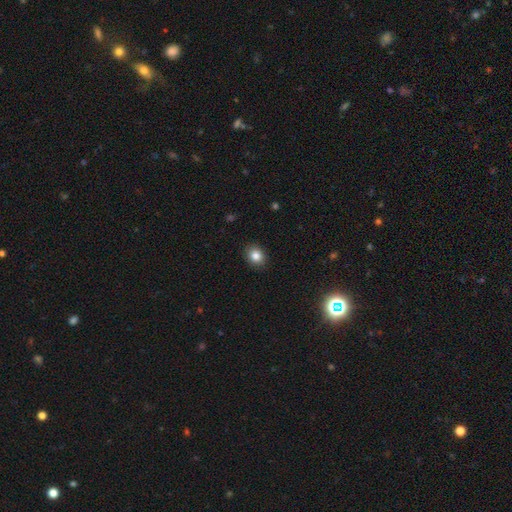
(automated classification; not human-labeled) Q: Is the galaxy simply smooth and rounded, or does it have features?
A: smooth — 83%.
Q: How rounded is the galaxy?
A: in between — 50%.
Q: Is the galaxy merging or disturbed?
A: none — 90%.